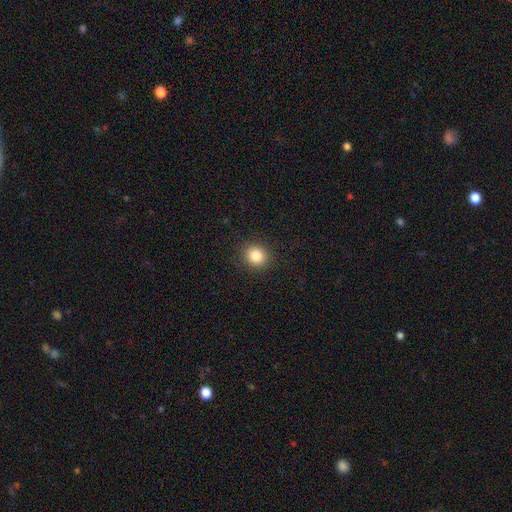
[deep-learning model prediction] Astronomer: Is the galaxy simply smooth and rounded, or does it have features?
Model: smooth — 84%.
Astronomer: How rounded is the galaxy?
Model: round — 83%.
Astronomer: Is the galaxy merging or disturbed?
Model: none — 90%.